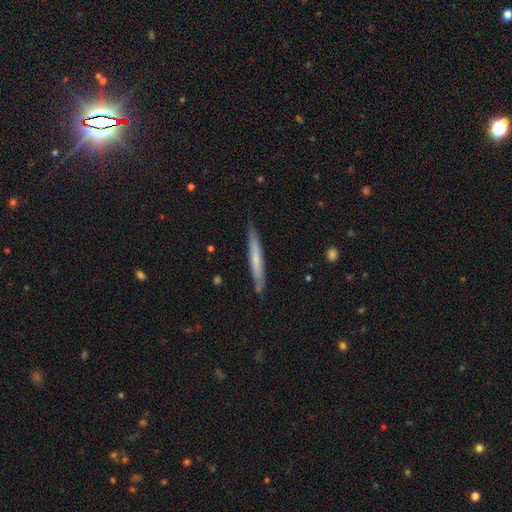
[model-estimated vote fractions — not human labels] The model was most divided on "smooth or featured": smooth: 56%, featured or disk: 39%, star or artifact: 6%. More confident: how rounded — cigar-shaped (96%); merging — none (88%).